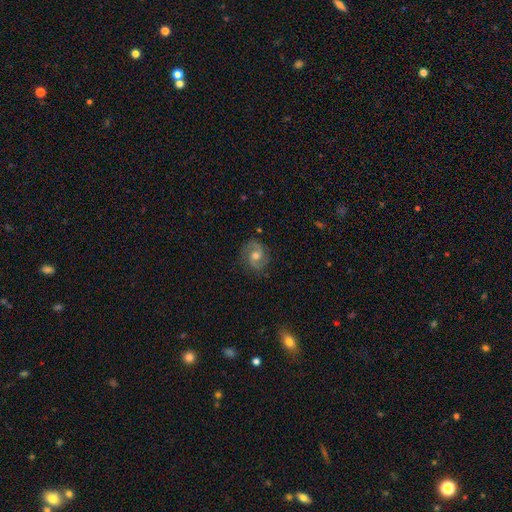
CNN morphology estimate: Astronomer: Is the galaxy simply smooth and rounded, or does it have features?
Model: featured or disk — 78%.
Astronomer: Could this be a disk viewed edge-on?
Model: no — 98%.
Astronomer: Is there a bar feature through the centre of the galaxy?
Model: no — 51% (runner-up: weak, 40%).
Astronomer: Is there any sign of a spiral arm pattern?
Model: yes — 95%.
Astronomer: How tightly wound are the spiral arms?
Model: medium — 53% (runner-up: tight, 29%).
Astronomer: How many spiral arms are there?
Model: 2 — 90%.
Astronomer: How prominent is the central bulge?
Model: moderate — 69%.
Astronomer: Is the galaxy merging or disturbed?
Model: none — 82%.